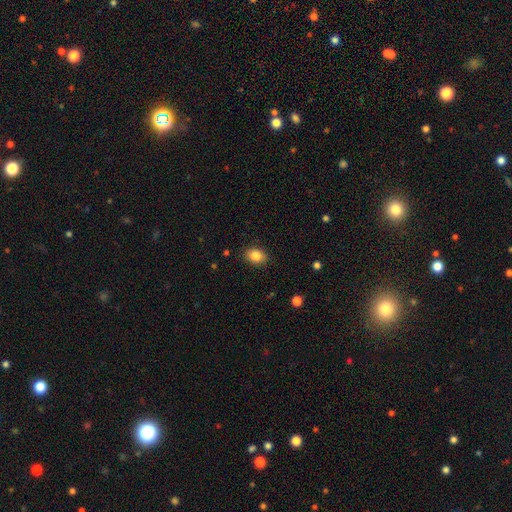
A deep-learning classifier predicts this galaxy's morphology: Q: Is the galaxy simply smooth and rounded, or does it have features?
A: smooth — 85%.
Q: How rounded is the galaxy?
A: in between — 67%.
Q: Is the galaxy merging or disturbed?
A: none — 87%.